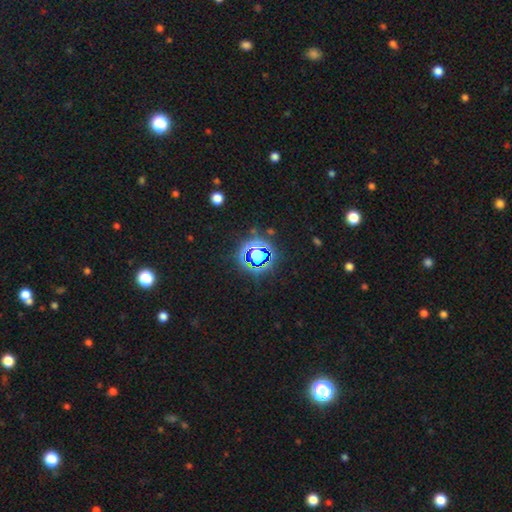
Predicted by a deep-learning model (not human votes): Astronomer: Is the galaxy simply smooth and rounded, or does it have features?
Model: star or artifact — 80%.